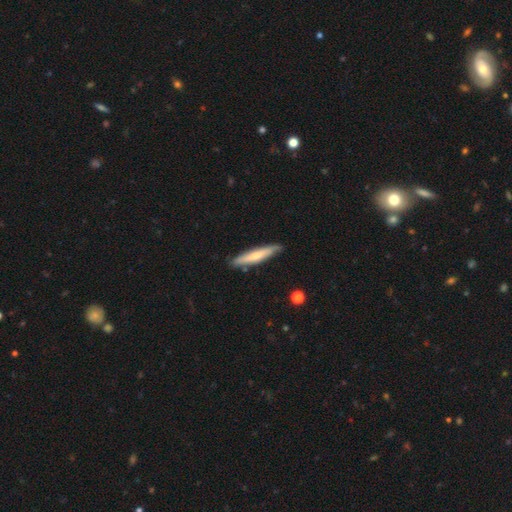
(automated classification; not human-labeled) Q: Smooth or featured?
A: smooth (56%); runner-up: featured or disk (39%)
Q: How rounded?
A: cigar-shaped (90%); runner-up: in between (9%)
Q: Merging?
A: none (82%); runner-up: minor disturbance (14%)